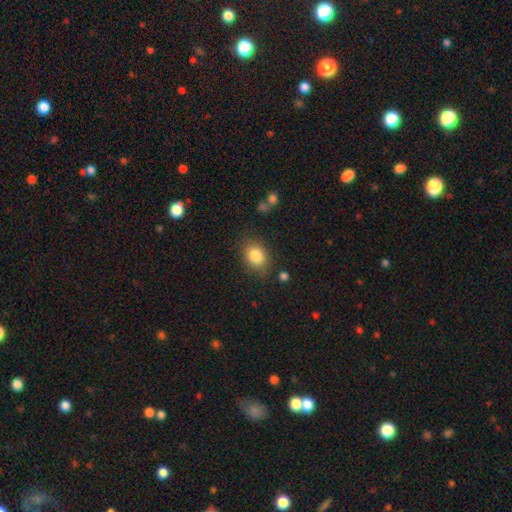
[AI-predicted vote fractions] Smooth or featured? Predicted: smooth (p=0.84). How rounded? Predicted: in between (p=0.63). Merging? Predicted: none (p=0.80).